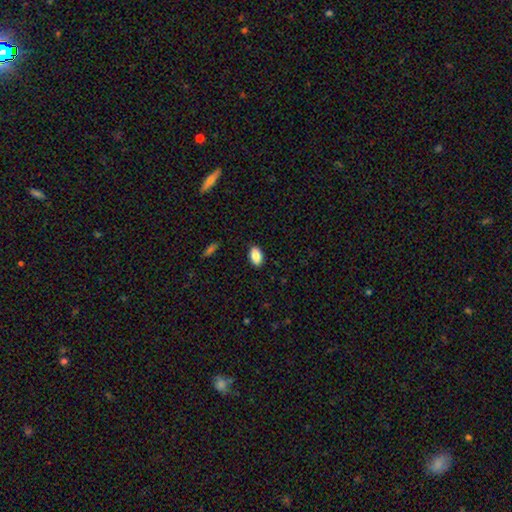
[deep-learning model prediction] smooth 87%, star or artifact 7%, featured or disk 6%. Down the decision tree: how rounded — in between (91%); merging — none (88%).